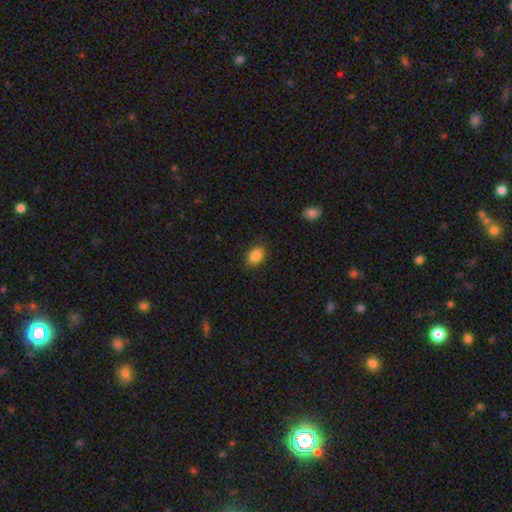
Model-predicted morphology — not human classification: smooth 87%, star or artifact 9%, featured or disk 4%. Down the decision tree: how rounded — in between (72%); merging — none (85%).